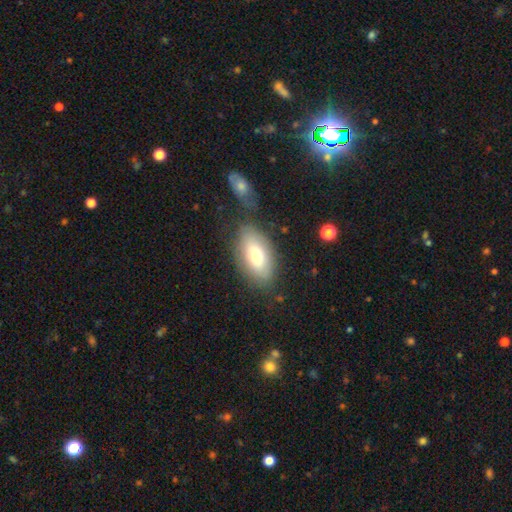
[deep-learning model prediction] smooth 71%, featured or disk 22%, star or artifact 8%. Down the decision tree: how rounded — in between (90%); merging — none (73%).